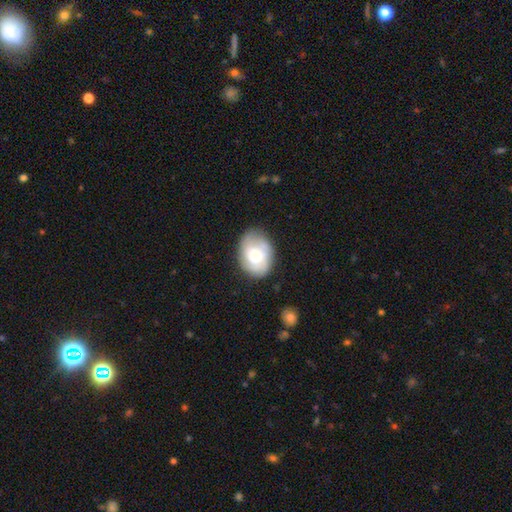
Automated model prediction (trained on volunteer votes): A featured or disk galaxy (51%). Merging: none (72%).